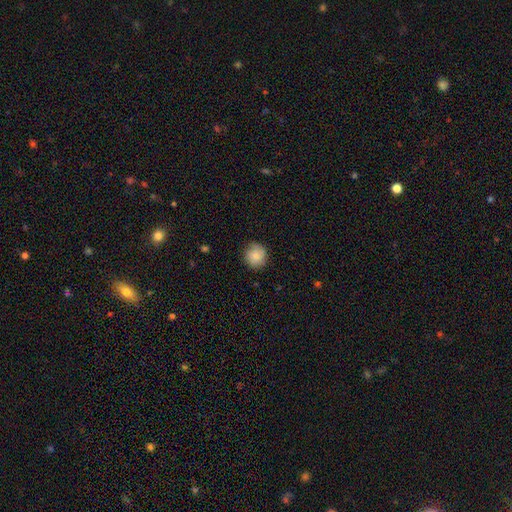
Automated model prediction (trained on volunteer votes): A smooth galaxy with no disk features (78%) that is round (90%). Merging: none (81%).